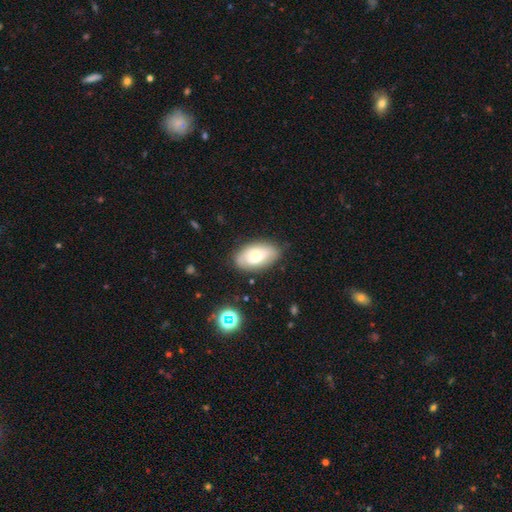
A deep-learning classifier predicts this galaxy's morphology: Overall: smooth (47%; featured or disk 46%). Merging: none (74%).